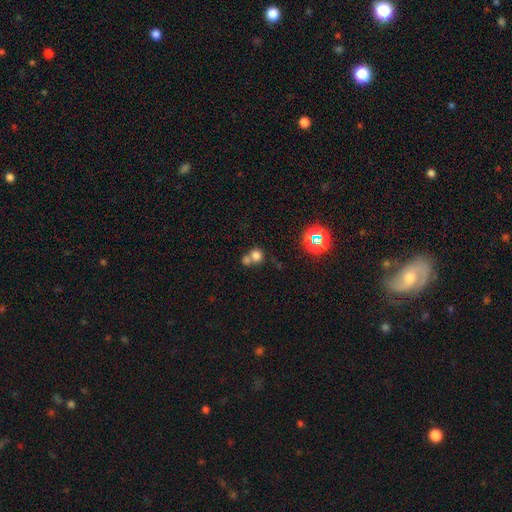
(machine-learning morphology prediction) This is likely a smooth galaxy (71%). How rounded: likely round (80%). Merging: possibly merger (55%).